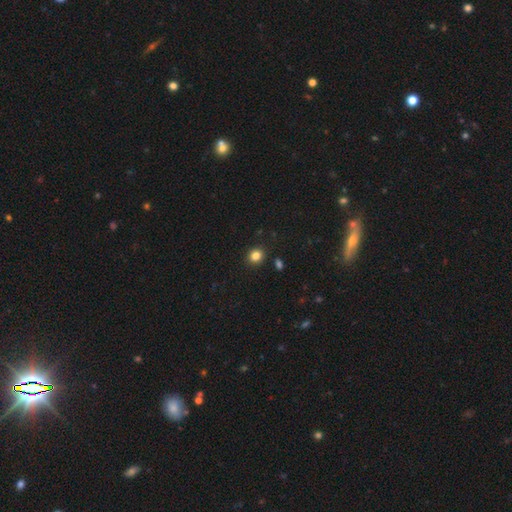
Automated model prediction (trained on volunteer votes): A smooth galaxy with no disk features (83%) that is round (74%).

Vote fractions:
- Smooth or featured? smooth: 83% / star or artifact: 12% / featured or disk: 5%
- How rounded? round: 74% / in between: 25% / cigar-shaped: 1%
- Merging? none: 89% / minor disturbance: 7% / merger: 2% / major disturbance: 2%